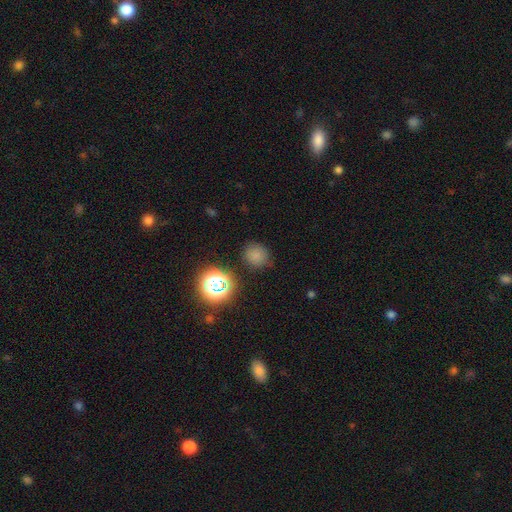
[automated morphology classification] This is likely a smooth galaxy (74%). How rounded: clearly round (83%). Merging: clearly none (80%).